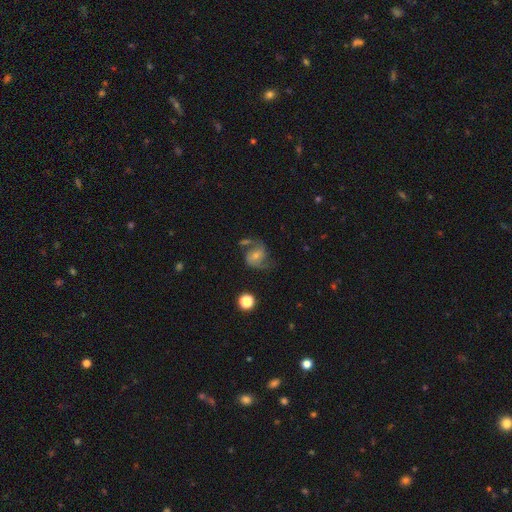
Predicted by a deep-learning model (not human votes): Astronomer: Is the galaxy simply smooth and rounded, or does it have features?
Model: featured or disk — 67%.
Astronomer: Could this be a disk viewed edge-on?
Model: no — 98%.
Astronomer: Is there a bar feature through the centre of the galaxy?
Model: no — 48% (runner-up: weak, 39%).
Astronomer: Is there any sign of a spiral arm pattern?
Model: yes — 90%.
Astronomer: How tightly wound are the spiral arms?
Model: medium — 45% (runner-up: loose, 39%).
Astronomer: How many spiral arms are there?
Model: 2 — 82%.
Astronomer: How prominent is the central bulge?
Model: small — 55% (runner-up: moderate, 35%).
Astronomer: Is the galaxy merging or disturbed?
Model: none — 49%.